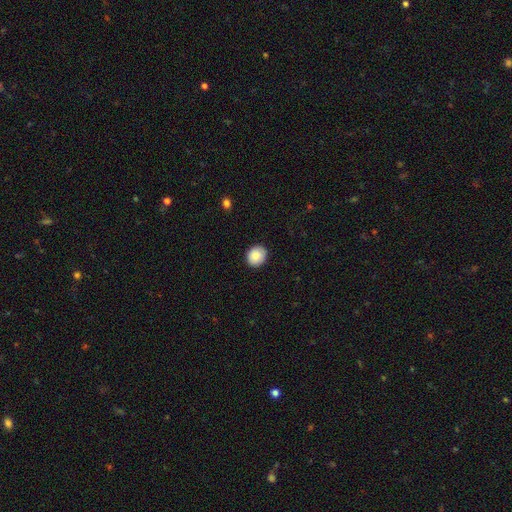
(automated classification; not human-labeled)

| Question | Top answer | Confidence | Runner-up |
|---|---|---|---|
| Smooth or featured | smooth | 86% | star or artifact (8%) |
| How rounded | round | 72% | in between (27%) |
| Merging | none | 90% | minor disturbance (7%) |